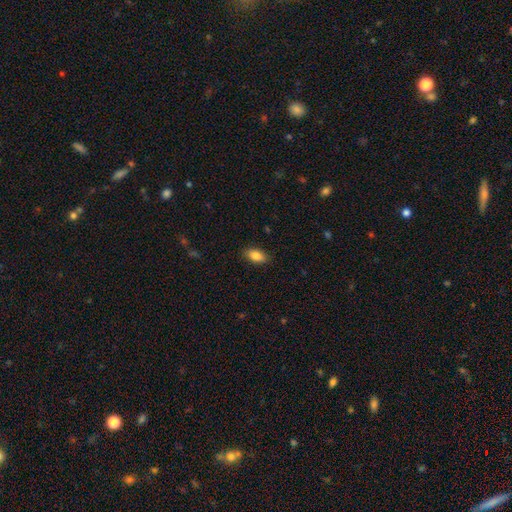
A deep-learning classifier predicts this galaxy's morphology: Smooth or featured? smooth (85%)
How rounded? in between (90%)
Merging? none (86%)